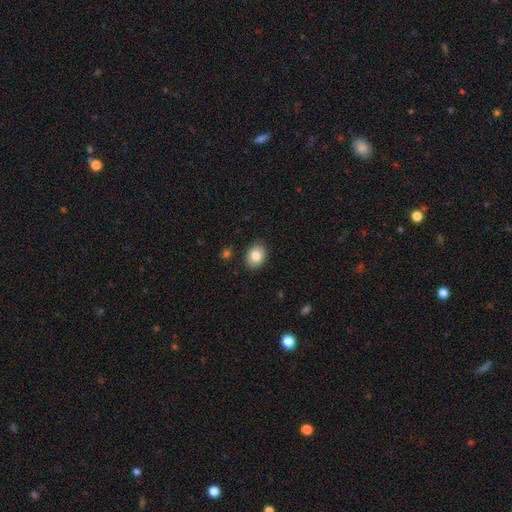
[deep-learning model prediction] A smooth galaxy with no disk features (84%) that is in between round and cigar-shaped (60%). Merging: none (88%).